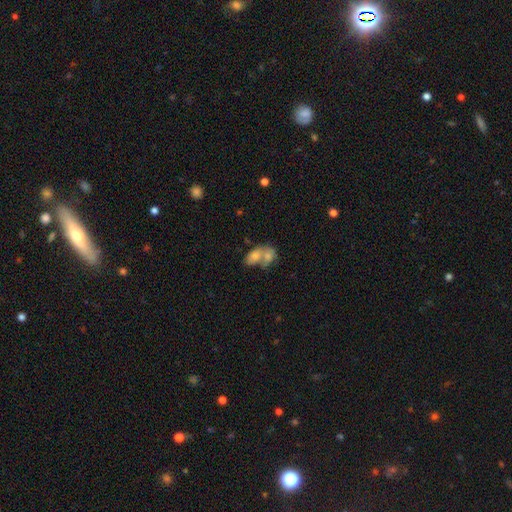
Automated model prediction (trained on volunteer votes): smooth_or_featured: smooth (p=0.59) [alt: featured or disk p=0.29]
how_rounded: in between (p=0.77) [alt: round p=0.20]
merging: merger (p=0.68) [alt: none p=0.20]